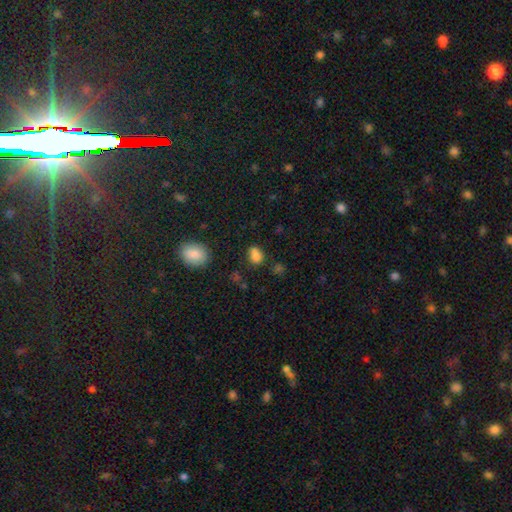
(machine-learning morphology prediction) The model was most divided on "how rounded": in between: 52%, round: 46%, cigar-shaped: 1%. Remaining: smooth or featured — smooth (77%); merging — none (48%).